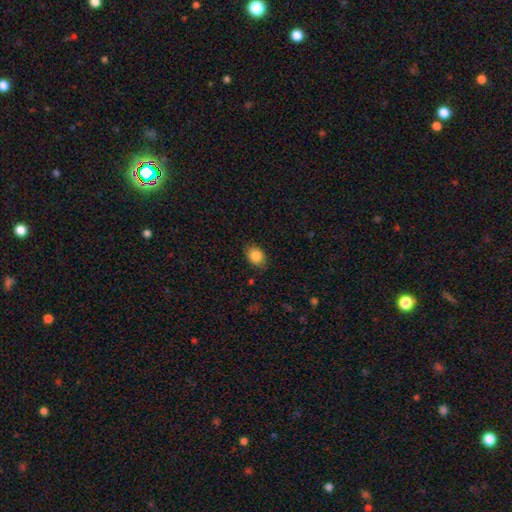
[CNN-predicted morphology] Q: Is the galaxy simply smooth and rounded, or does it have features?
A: smooth — 86%.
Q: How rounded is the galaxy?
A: in between — 66%.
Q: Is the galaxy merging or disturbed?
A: none — 83%.